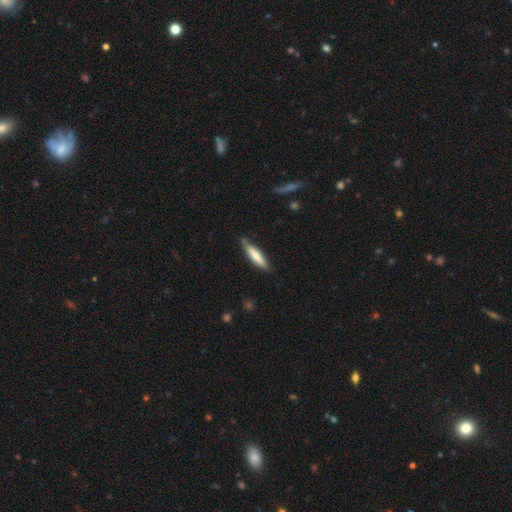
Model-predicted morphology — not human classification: Overall: smooth (69%). How rounded: cigar-shaped (80%). Merging: none (78%).